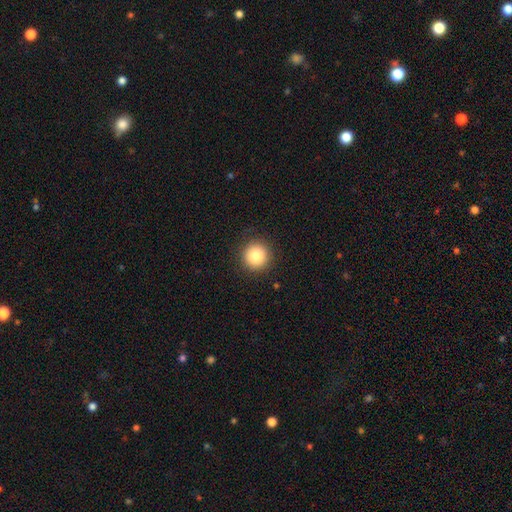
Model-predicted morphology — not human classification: Smooth or featured? smooth (84%)
How rounded? round (95%)
Merging? none (91%)